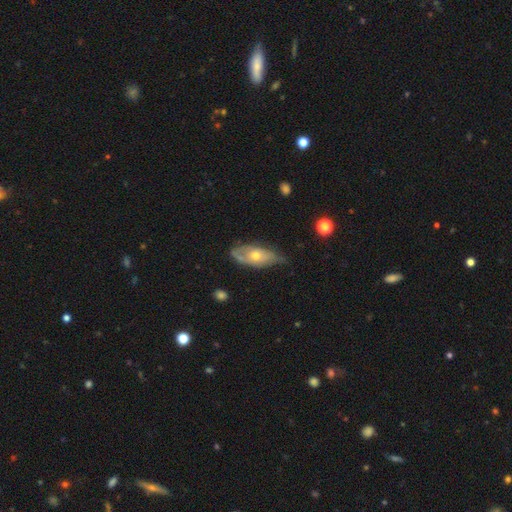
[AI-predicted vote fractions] Smooth or featured: featured or disk — 56% (smooth — 38%)
Edge-on disk: no — 77% (yes — 23%)
Merging: none — 52% (minor disturbance — 36%)